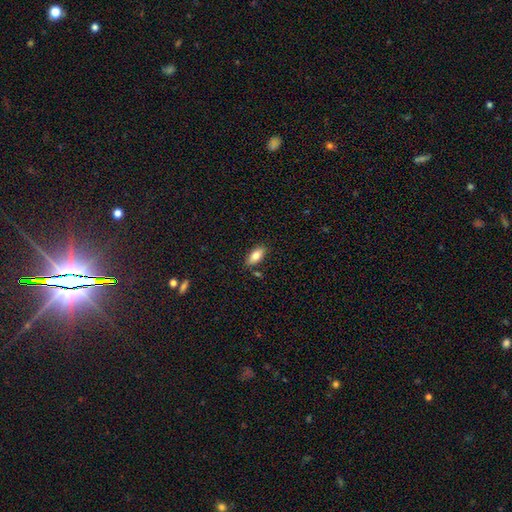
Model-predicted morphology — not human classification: Q: Smooth or featured?
A: smooth (80%); runner-up: featured or disk (13%)
Q: How rounded?
A: in between (89%); runner-up: cigar-shaped (9%)
Q: Merging?
A: none (82%); runner-up: minor disturbance (12%)